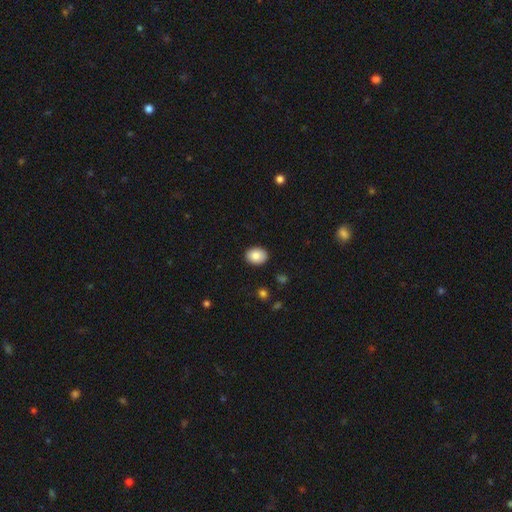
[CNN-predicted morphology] Smooth or featured? smooth (86%)
How rounded? in between (61%)
Merging? none (90%)